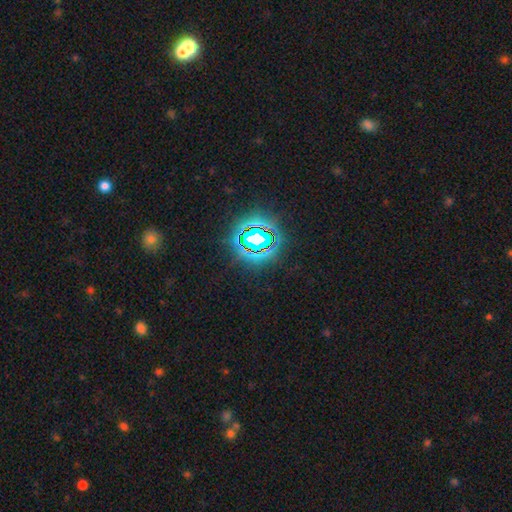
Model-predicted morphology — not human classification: Smooth or featured? Predicted: star or artifact (p=0.81).